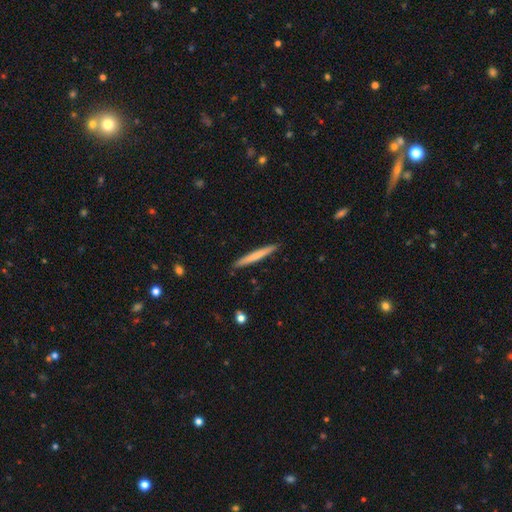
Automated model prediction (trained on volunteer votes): A smooth galaxy with no disk features (65%) that is cigar-shaped (97%). Merging: none (91%).